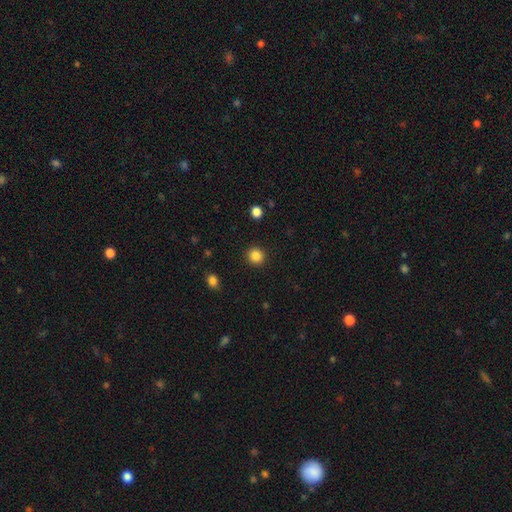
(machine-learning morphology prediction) Smooth or featured: smooth — 86% (star or artifact — 11%)
How rounded: round — 91% (in between — 8%)
Merging: none — 92% (minor disturbance — 5%)